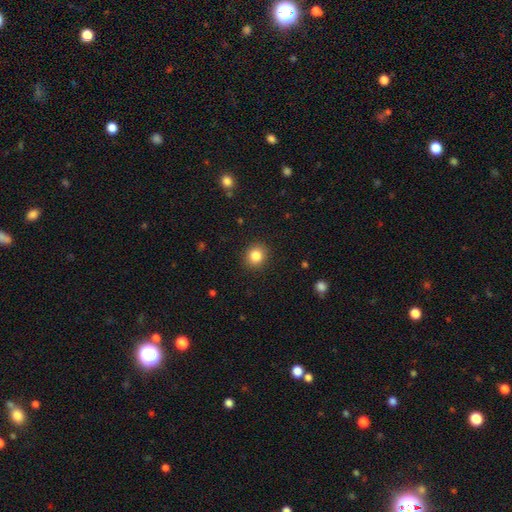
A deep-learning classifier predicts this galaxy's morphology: Smooth or featured? Predicted: smooth (p=0.85). How rounded? Predicted: round (p=0.82). Merging? Predicted: none (p=0.90).